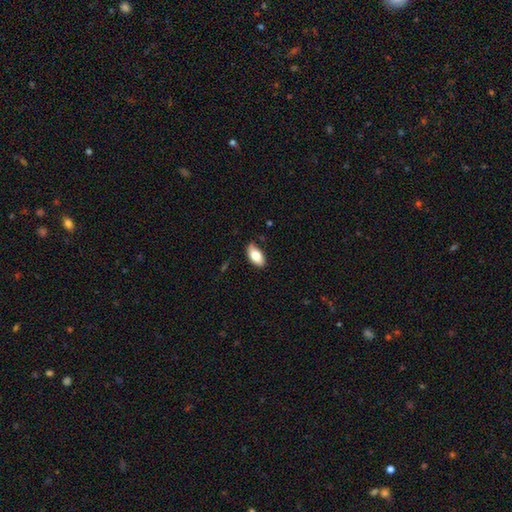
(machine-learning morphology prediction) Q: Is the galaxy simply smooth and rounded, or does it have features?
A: smooth — 78%.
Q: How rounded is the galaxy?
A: in between — 93%.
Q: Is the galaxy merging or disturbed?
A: none — 79%.